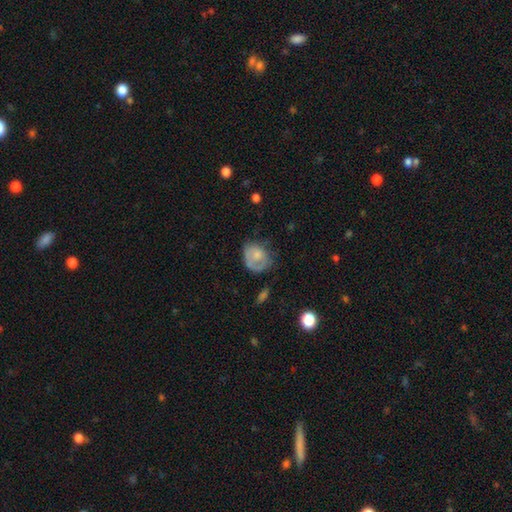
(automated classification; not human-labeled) A smooth galaxy with no disk features (59%) that is round (58%).

Vote fractions:
- Smooth or featured? smooth: 59% / featured or disk: 34% / star or artifact: 8%
- How rounded? round: 58% / in between: 41% / cigar-shaped: 1%
- Merging? none: 46% / minor disturbance: 30% / major disturbance: 22% / merger: 2%